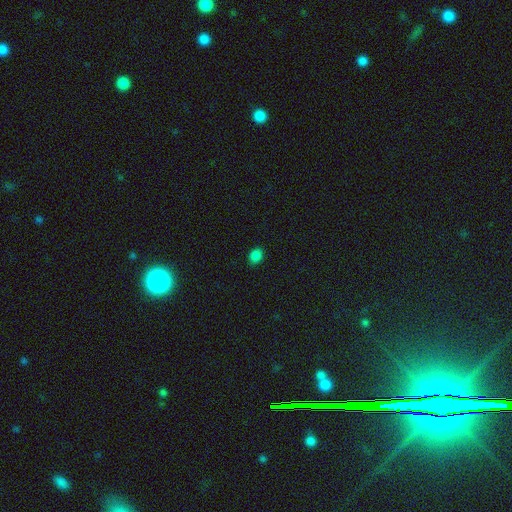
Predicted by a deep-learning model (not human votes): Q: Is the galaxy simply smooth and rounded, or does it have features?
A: smooth — 83%.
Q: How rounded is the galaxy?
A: in between — 58%.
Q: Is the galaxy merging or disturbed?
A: none — 88%.